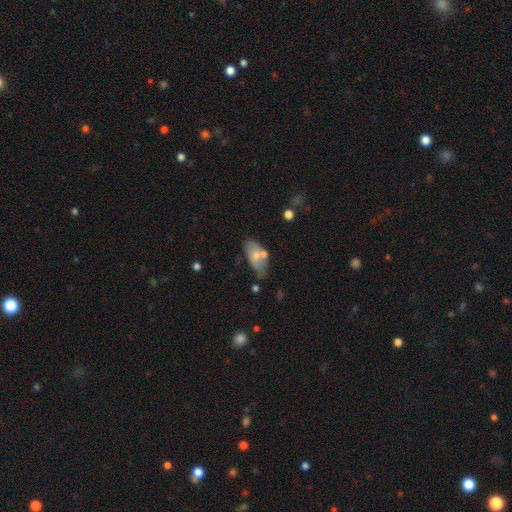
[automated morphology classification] Overall: smooth (63%; featured or disk 30%). How rounded: in between (91%). Merging: none (49%; minor disturbance 26%).